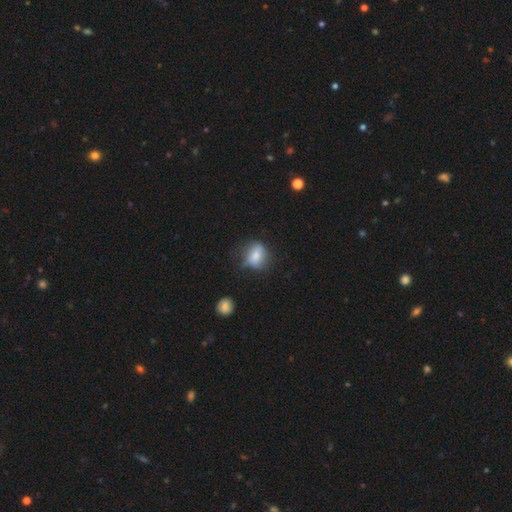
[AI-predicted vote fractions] Smooth or featured? smooth (69%)
How rounded? in between (52%)
Merging? none (54%)